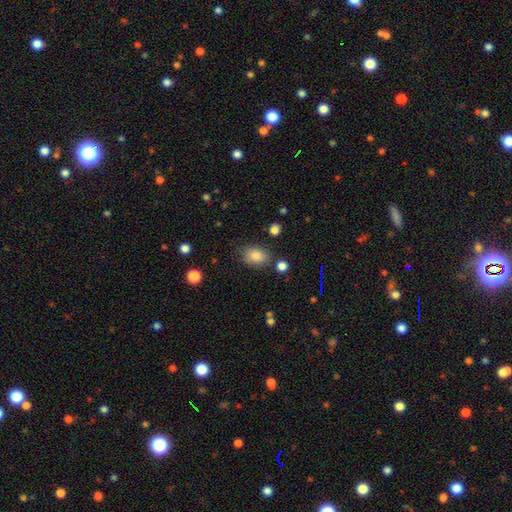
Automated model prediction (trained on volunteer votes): Smooth or featured? smooth (83%)
How rounded? in between (74%)
Merging? none (77%)